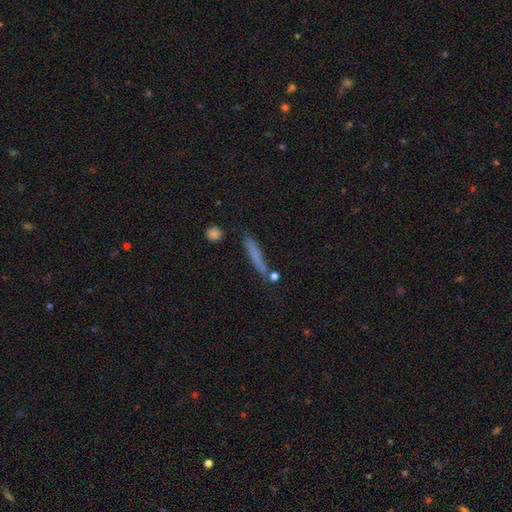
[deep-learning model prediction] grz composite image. It shows a smooth galaxy with no disk features (65%) that is cigar-shaped (93%). Merging: none (78%).